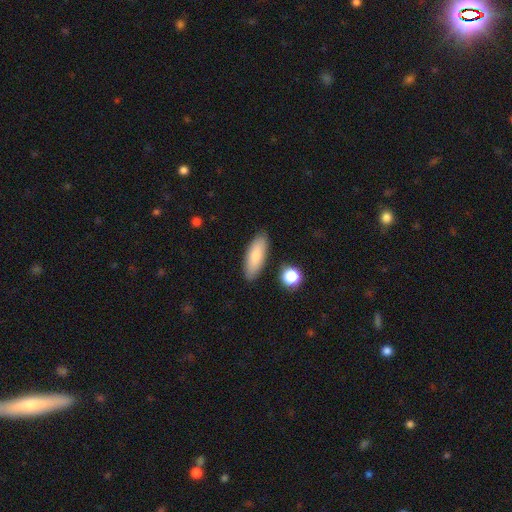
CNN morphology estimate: Overall: smooth (81%). How rounded: in between (70%). Merging: none (84%).